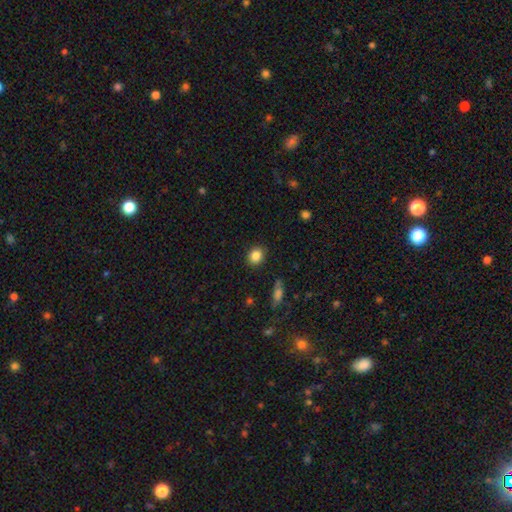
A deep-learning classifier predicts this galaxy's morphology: type=smooth (85%); roundness=round (74%); merging=none (89%).